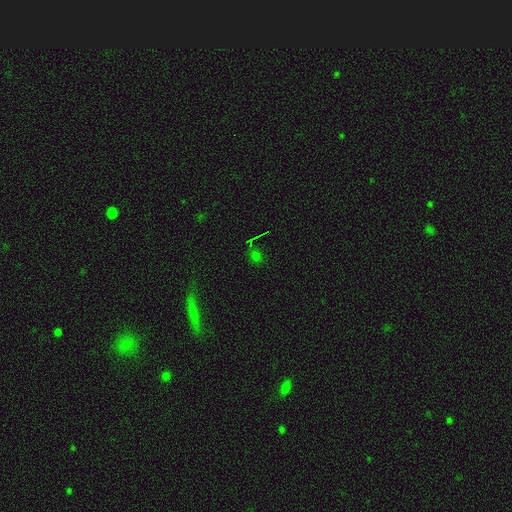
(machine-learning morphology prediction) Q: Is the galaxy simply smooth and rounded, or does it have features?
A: star or artifact — 46%, tied with smooth.